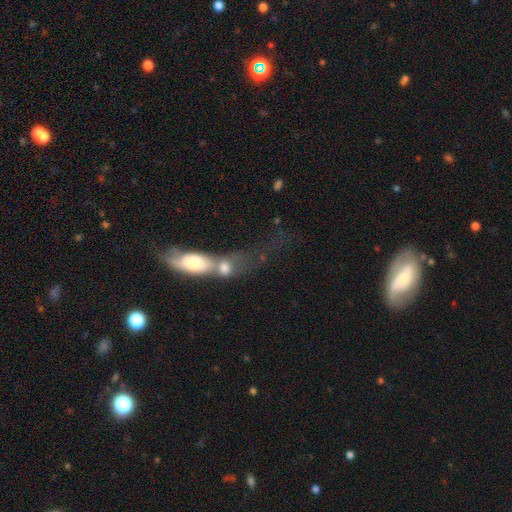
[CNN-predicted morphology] Overall: smooth (43%; featured or disk 39%). Merging: merger (41%; major disturbance 26%).